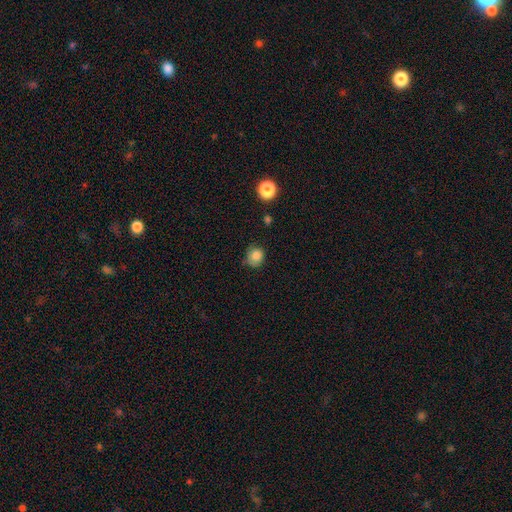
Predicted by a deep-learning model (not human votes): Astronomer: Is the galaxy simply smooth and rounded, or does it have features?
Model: smooth — 82%.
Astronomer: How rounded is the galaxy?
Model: round — 79%.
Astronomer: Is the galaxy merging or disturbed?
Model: none — 63%.